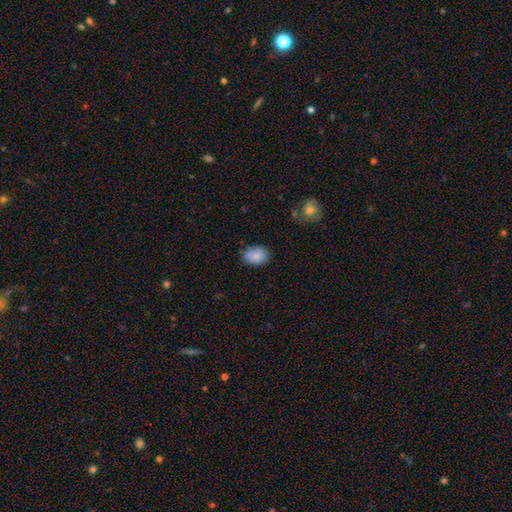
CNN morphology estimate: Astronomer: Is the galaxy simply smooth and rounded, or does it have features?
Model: smooth — 86%.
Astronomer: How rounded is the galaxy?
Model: in between — 73%.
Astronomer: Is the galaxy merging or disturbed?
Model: none — 73%.